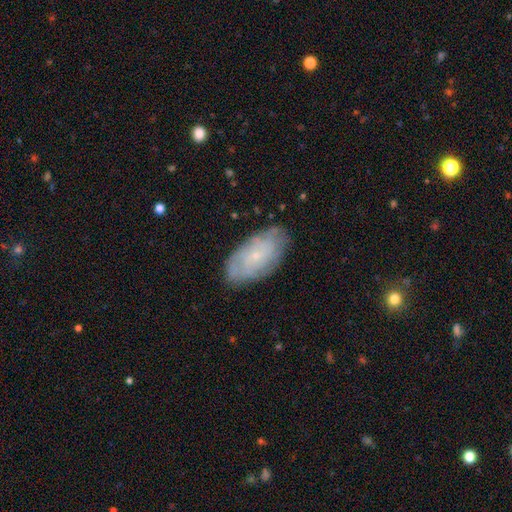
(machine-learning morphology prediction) Overall: featured or disk (57%; smooth 35%). Edge-on disk: no (93%). Bar: no (81%). Spiral arms: yes (78%). Bulge size: small (82%). Merging: none (79%).